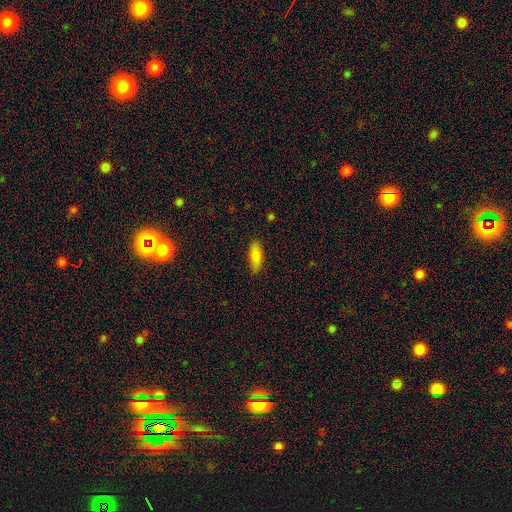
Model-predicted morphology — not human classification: smooth-or-featured: smooth: 86% | star or artifact: 8% | featured or disk: 7%
  how-rounded: in between: 71% | cigar-shaped: 27% | round: 2%
  merging: none: 83% | minor disturbance: 13% | major disturbance: 3% | merger: 1%